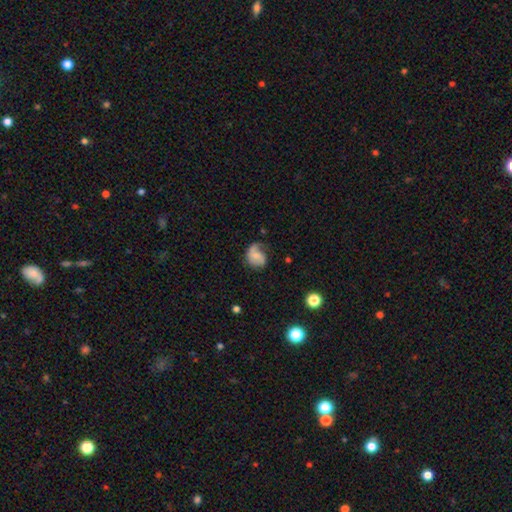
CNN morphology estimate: featured or disk 57%, smooth 36%, star or artifact 8%. Down the decision tree: edge-on disk — no (98%); bar — no (56%); spiral arms — yes (88%); bulge size — small (48%); merging — none (44%).